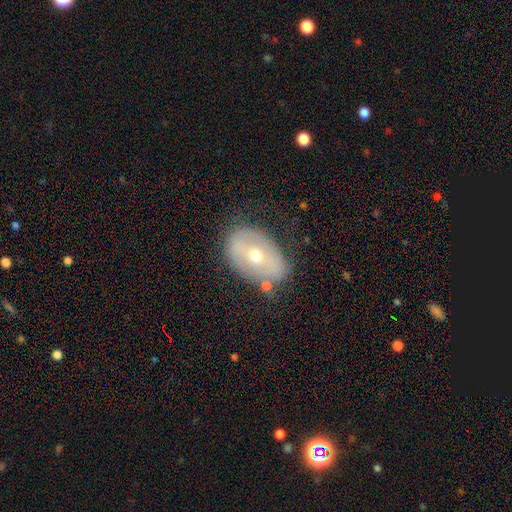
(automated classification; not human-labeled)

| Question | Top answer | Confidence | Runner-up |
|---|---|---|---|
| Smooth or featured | featured or disk | 53% | smooth (39%) |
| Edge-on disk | no | 91% | yes (9%) |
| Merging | none | 70% | minor disturbance (19%) |